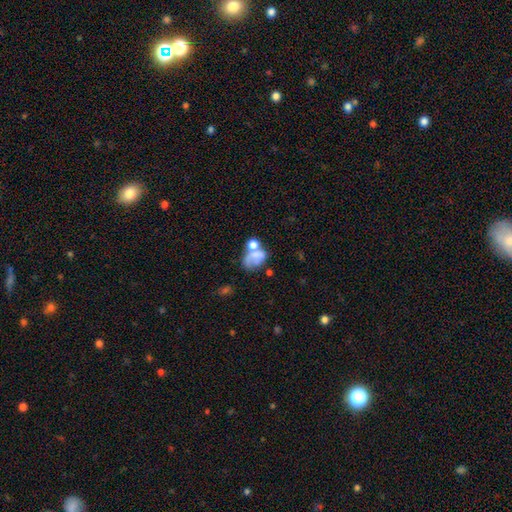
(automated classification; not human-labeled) This is possibly a smooth galaxy (58%). How rounded: likely in between (69%). Merging: marginally merger (39%).